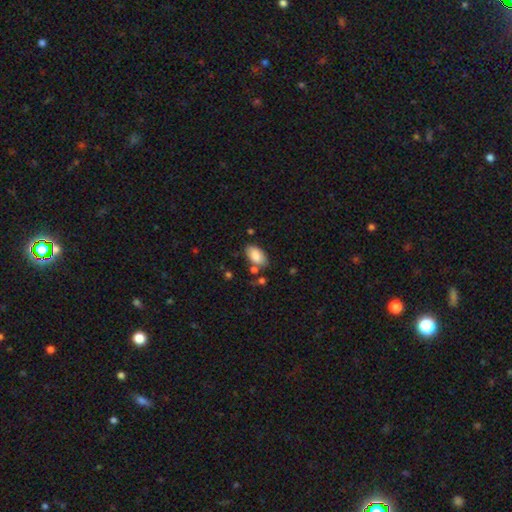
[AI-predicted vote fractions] The model was most divided on "merging": none: 72%, minor disturbance: 16%, merger: 8%, major disturbance: 4%. More confident: how rounded — in between (94%); smooth or featured — smooth (85%).